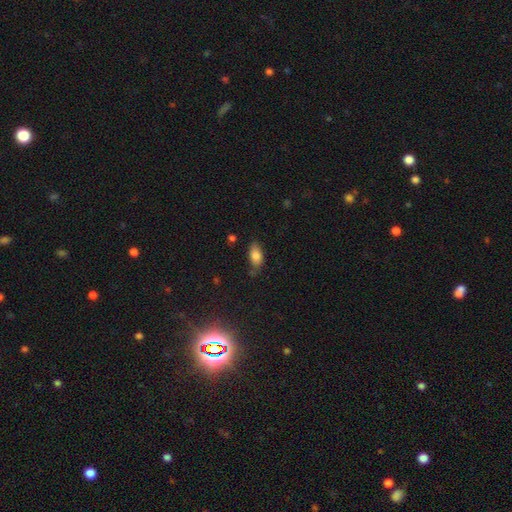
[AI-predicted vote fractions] smooth-or-featured: smooth: 82% | featured or disk: 9% | star or artifact: 9%
  how-rounded: in between: 89% | cigar-shaped: 7% | round: 4%
  merging: none: 67% | minor disturbance: 24% | major disturbance: 5% | merger: 4%